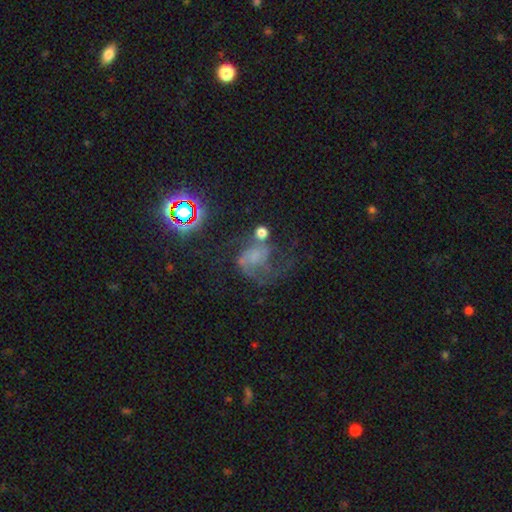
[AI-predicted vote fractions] This appears to be a featured or disk galaxy (53%) with no bar (74%), spiral arms (70%) and no central bulge (41%). Merging: major disturbance (41%).